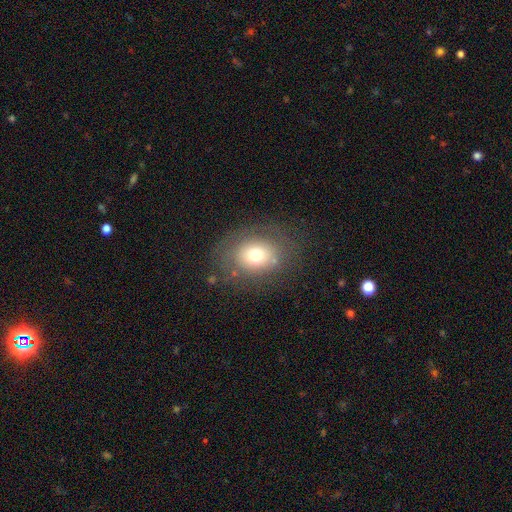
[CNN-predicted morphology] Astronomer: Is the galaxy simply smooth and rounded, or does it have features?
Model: smooth — 68%.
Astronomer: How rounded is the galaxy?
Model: round — 51% (runner-up: in between, 49%).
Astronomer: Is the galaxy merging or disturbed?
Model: none — 75%.